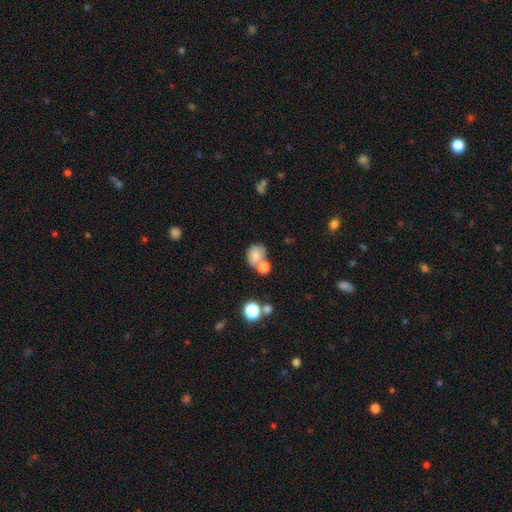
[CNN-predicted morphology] Smooth or featured: smooth — 73% (featured or disk — 15%)
How rounded: round — 59% (in between — 40%)
Merging: none — 43% (merger — 36%)